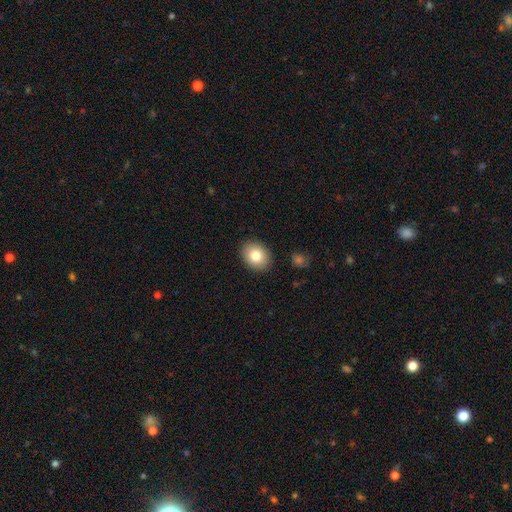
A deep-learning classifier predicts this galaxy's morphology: Smooth or featured? Predicted: smooth (p=0.82). How rounded? Predicted: in between (p=0.54). Merging? Predicted: none (p=0.89).